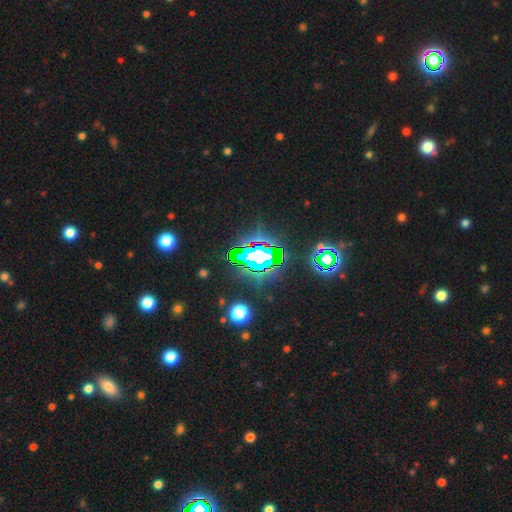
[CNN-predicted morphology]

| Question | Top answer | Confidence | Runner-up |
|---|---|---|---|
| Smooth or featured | star or artifact | 72% | smooth (15%) |